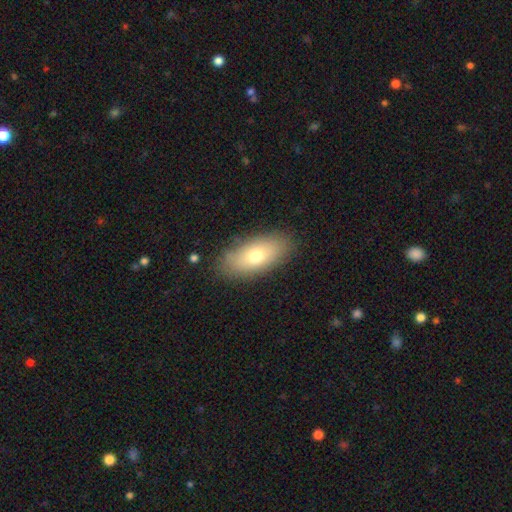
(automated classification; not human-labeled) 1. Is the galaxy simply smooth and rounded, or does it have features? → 71% smooth, 21% featured or disk, 8% star or artifact.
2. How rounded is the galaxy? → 87% in between, 9% cigar-shaped, 5% round.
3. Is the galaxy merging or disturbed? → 83% none, 12% minor disturbance, 3% major disturbance, 1% merger.